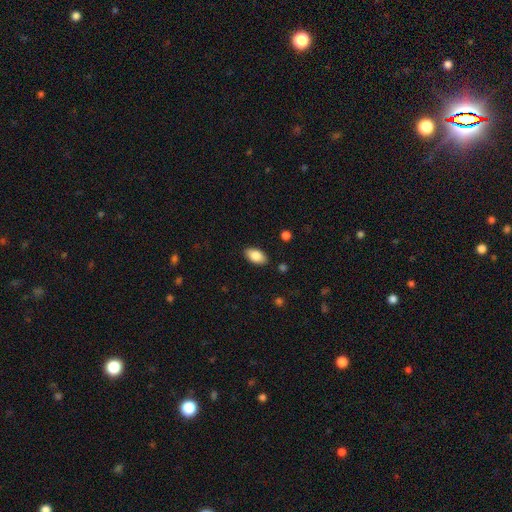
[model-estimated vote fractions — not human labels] Morphology: type=smooth (84%); roundness=in between (94%); merging=none (87%).